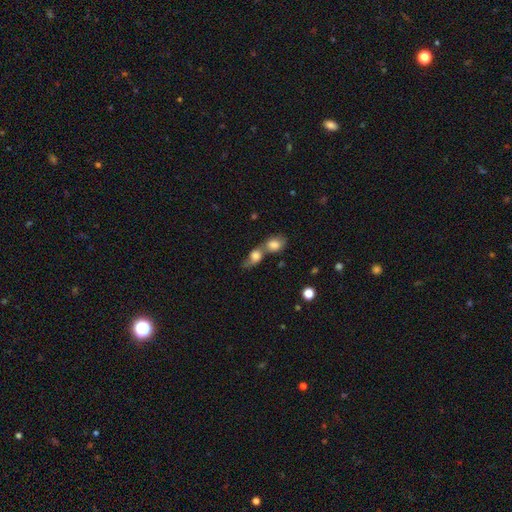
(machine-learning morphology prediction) Smooth or featured: smooth — 76% (featured or disk — 15%)
How rounded: in between — 58% (round — 37%)
Merging: merger — 70% (none — 17%)